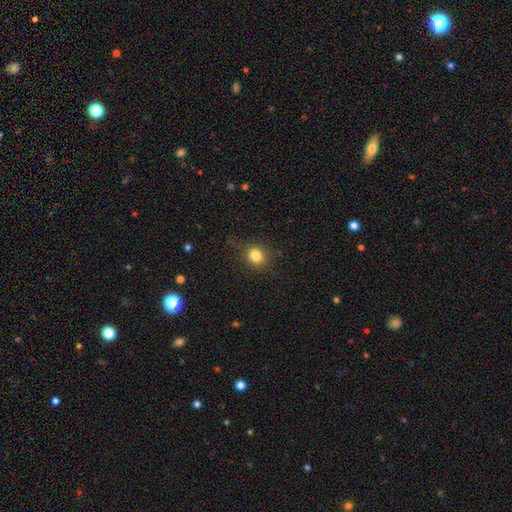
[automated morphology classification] Smooth or featured: smooth — 82% (star or artifact — 12%)
How rounded: round — 82% (in between — 17%)
Merging: none — 81% (minor disturbance — 13%)